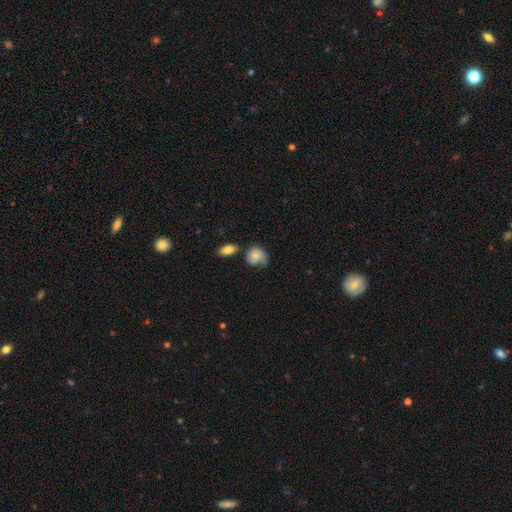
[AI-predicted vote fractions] Smooth or featured? smooth (69%)
How rounded? round (64%)
Merging? none (42%)